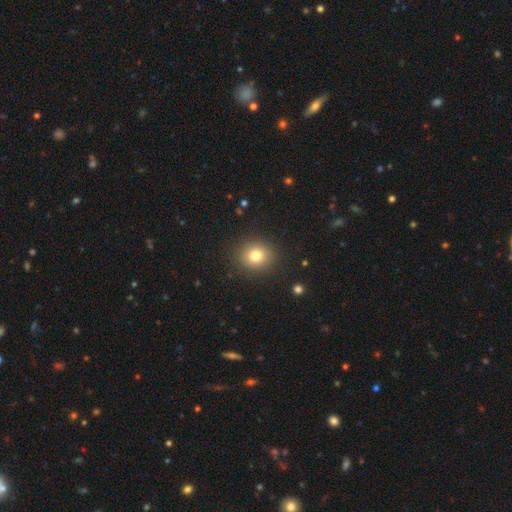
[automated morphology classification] smooth_or_featured: smooth (p=0.78) [alt: star or artifact p=0.13]
how_rounded: round (p=0.80) [alt: in between p=0.20]
merging: none (p=0.89) [alt: minor disturbance p=0.07]